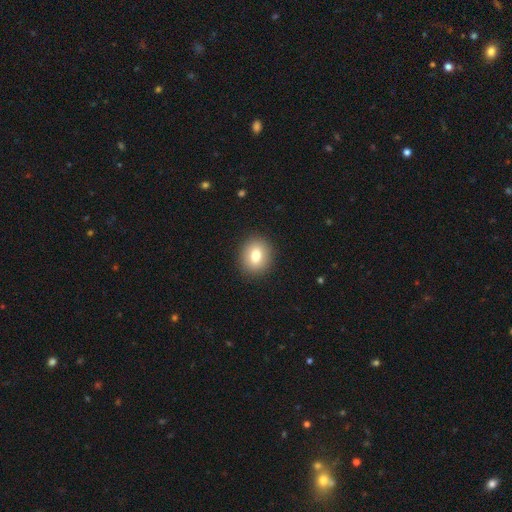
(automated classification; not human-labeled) Smooth or featured: smooth — 78% (featured or disk — 12%)
How rounded: round — 64% (in between — 35%)
Merging: none — 90% (minor disturbance — 7%)